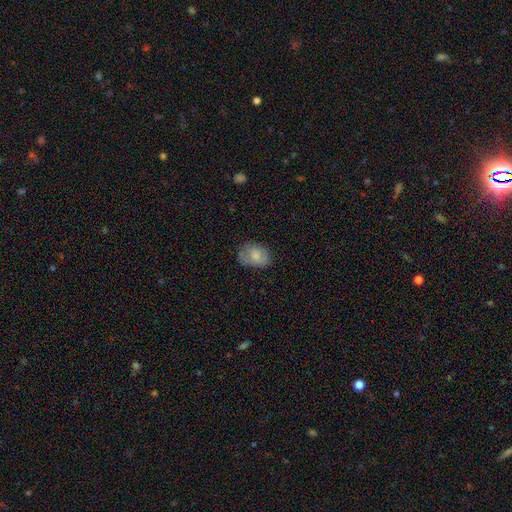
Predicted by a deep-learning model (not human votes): Smooth or featured? Predicted: smooth (p=0.73). How rounded? Predicted: in between (p=0.72). Merging? Predicted: none (p=0.63).